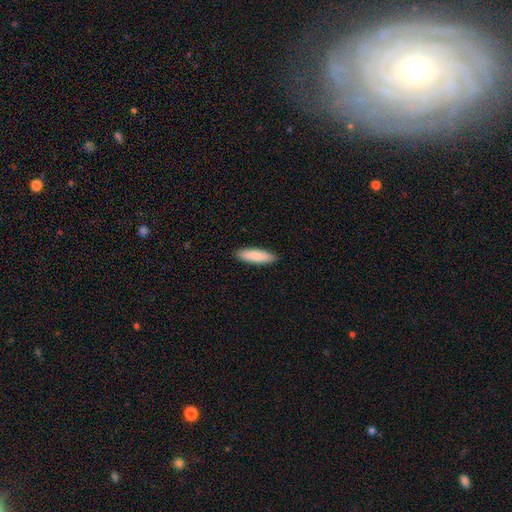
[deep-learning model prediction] Smooth or featured? smooth (84%)
How rounded? cigar-shaped (54%)
Merging? none (90%)